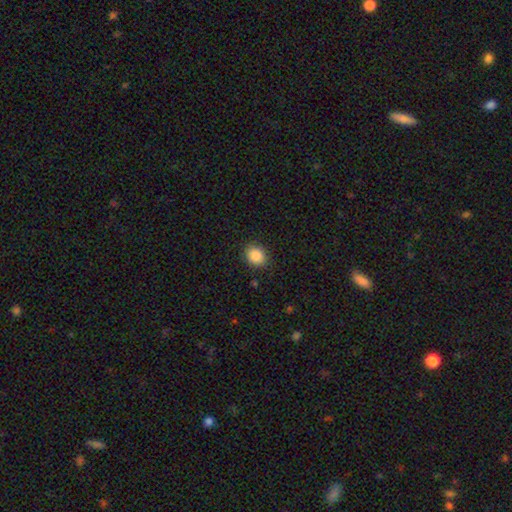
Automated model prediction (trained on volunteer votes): Q: Smooth or featured?
A: smooth (87%); runner-up: star or artifact (9%)
Q: How rounded?
A: round (63%); runner-up: in between (36%)
Q: Merging?
A: none (88%); runner-up: minor disturbance (8%)